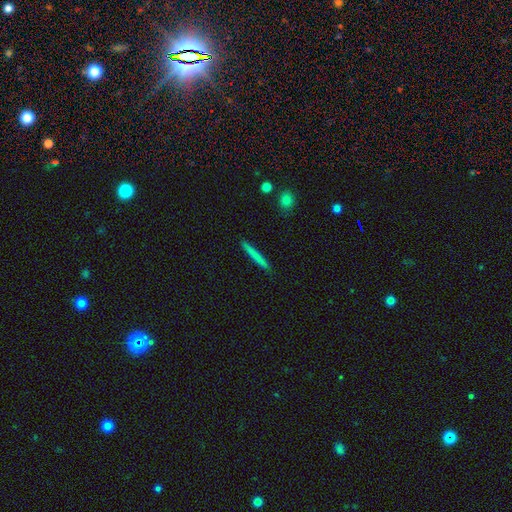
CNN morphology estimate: The model was most divided on "smooth or featured": smooth: 72%, featured or disk: 22%, star or artifact: 6%. More confident: how rounded — cigar-shaped (96%); merging — none (90%).